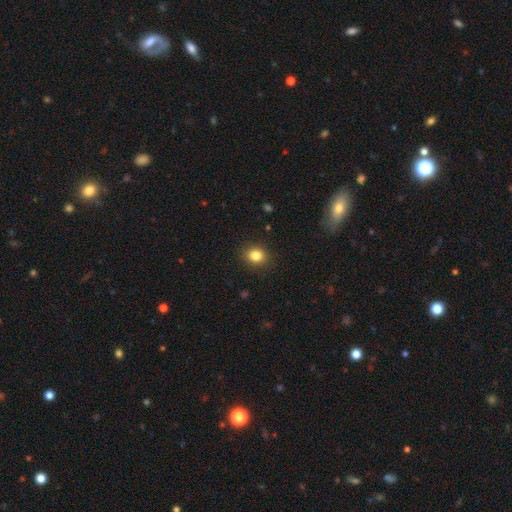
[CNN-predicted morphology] This appears to be a smooth galaxy with no disk features (84%) that is round (69%). Merging: none (89%).